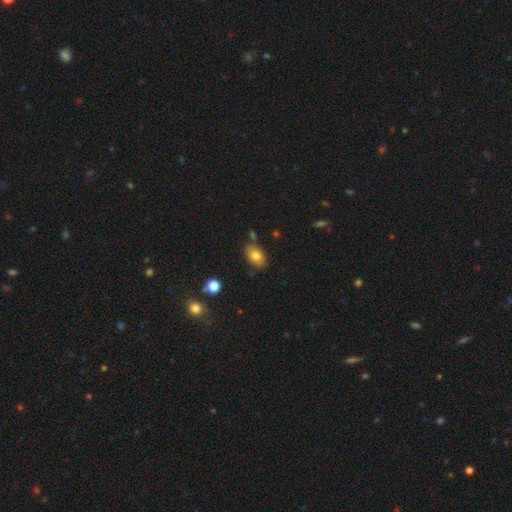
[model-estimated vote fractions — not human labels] Smooth or featured? smooth (78%)
How rounded? in between (85%)
Merging? none (77%)